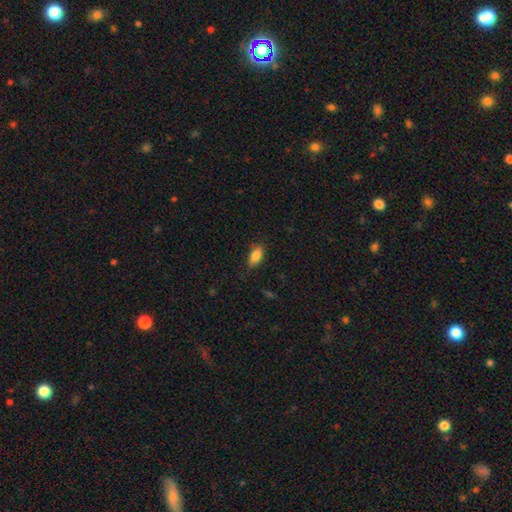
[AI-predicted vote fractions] Q: Smooth or featured?
A: smooth (83%); runner-up: featured or disk (9%)
Q: How rounded?
A: in between (86%); runner-up: cigar-shaped (10%)
Q: Merging?
A: none (80%); runner-up: minor disturbance (16%)